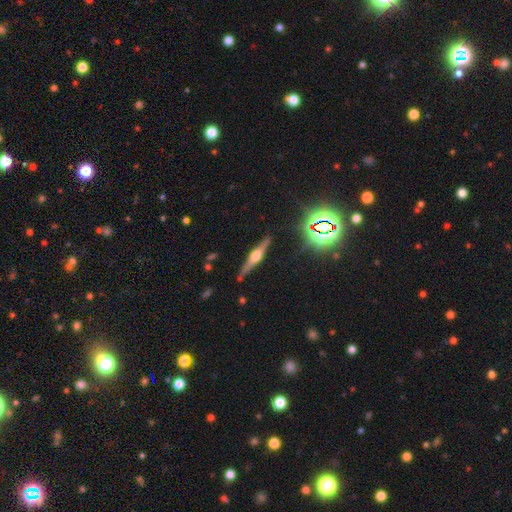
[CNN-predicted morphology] Smooth or featured: featured or disk — 73% (smooth — 17%)
Edge-on disk: yes — 97% (no — 3%)
Edge-on bulge: rounded — 91% (boxy — 7%)
Merging: none — 86% (minor disturbance — 10%)